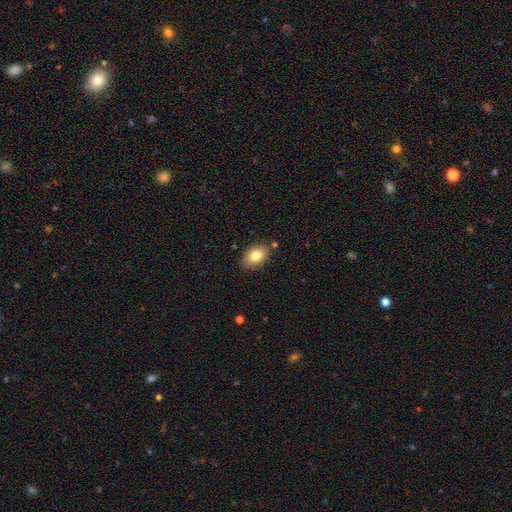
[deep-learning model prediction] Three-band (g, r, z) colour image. It shows a smooth galaxy with no disk features (81%) that is in between round and cigar-shaped (86%). Merging: none (82%).